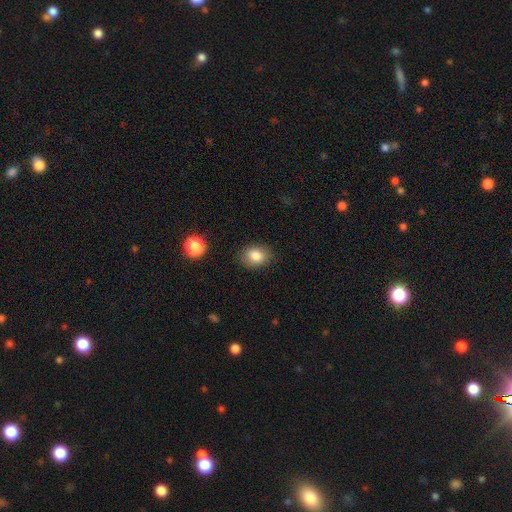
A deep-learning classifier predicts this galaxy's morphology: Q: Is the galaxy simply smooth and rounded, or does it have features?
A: smooth — 83%.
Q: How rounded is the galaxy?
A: in between — 59%.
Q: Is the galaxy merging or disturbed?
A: none — 84%.